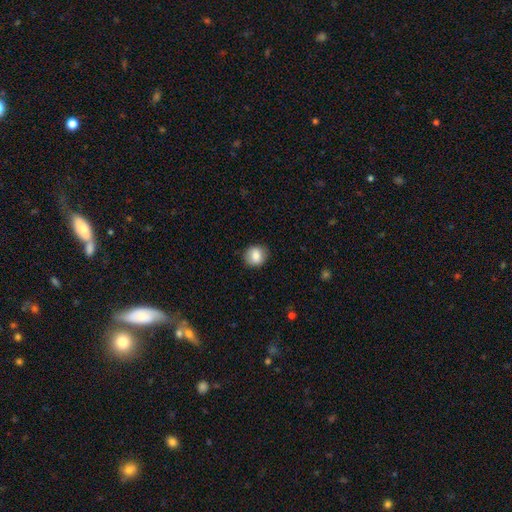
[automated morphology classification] Smooth or featured? smooth (82%)
How rounded? round (82%)
Merging? none (86%)